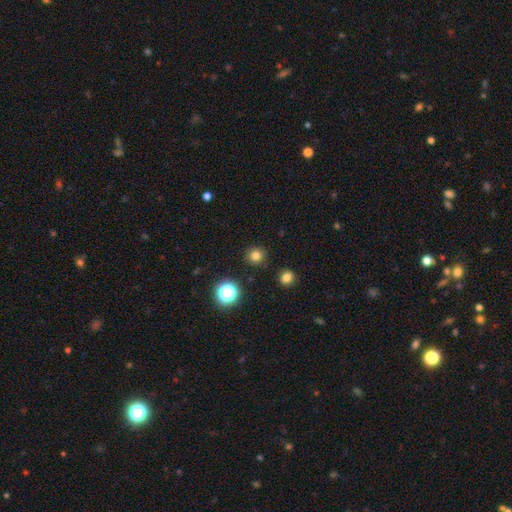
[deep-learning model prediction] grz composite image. It shows a smooth galaxy with no disk features (78%) that is round (93%). Merging: none (91%).